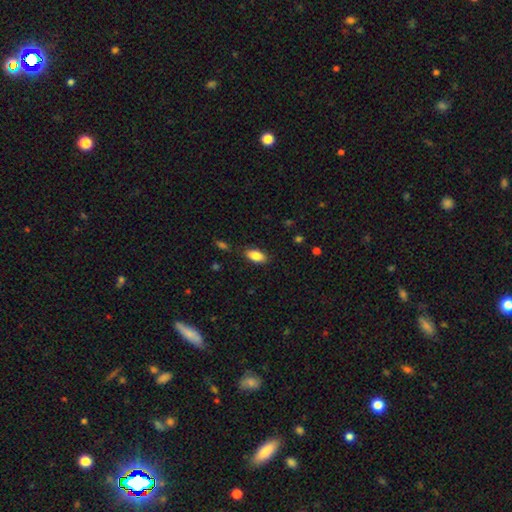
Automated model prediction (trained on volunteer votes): Morphology: type=smooth (87%); roundness=in between (90%); merging=none (84%).